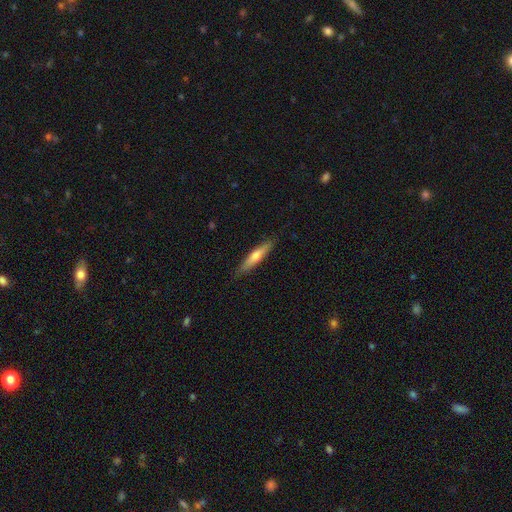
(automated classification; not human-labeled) Smooth or featured?
  - smooth: 52% *
  - featured or disk: 43%
  - star or artifact: 6%
How rounded?
  - cigar-shaped: 88% *
  - in between: 11%
  - round: 2%
Merging?
  - none: 88% *
  - minor disturbance: 9%
  - major disturbance: 2%
  - merger: 1%